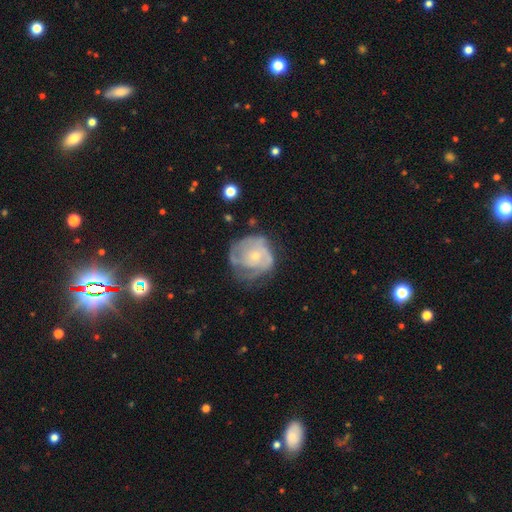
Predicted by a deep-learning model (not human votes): A featured or disk galaxy (70%) with no bar (81%), tight (52%) spiral arms (74%) and a small central bulge (67%).

Vote fractions:
- Smooth or featured? featured or disk: 70% / smooth: 23% / star or artifact: 7%
- Edge-on disk? no: 98% / yes: 2%
- Bar? no: 81% / weak: 17% / strong: 3%
- Spiral arms? yes: 74% / no: 26%
- Spiral winding? tight: 52% / medium: 33% / loose: 15%
- Spiral arm count? can't tell: 43% / 2: 21% / 3: 18% / 1: 8% / 4: 6% / more than 4: 4%
- Bulge size? small: 67% / moderate: 28% / none: 3% / large: 2% / dominant: 1%
- Merging? none: 47% / minor disturbance: 27% / major disturbance: 24% / merger: 2%